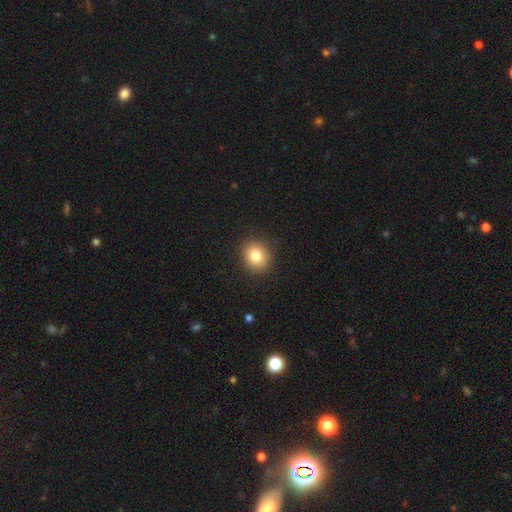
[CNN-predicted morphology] A smooth galaxy with no disk features (82%) that is round (69%).

Vote fractions:
- Smooth or featured? smooth: 82% / star or artifact: 10% / featured or disk: 8%
- How rounded? round: 69% / in between: 31% / cigar-shaped: 1%
- Merging? none: 89% / minor disturbance: 8% / major disturbance: 2% / merger: 1%